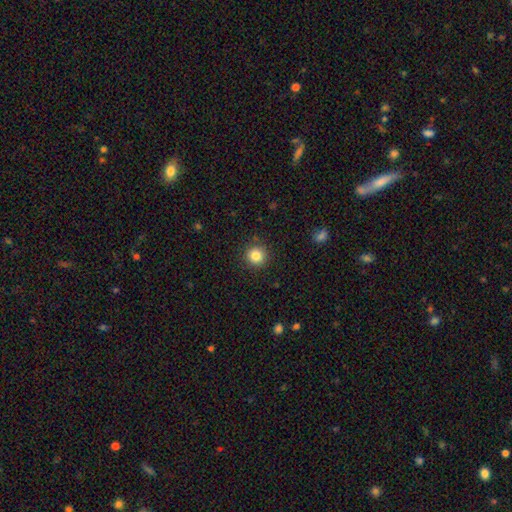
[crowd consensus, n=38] This is clearly a smooth galaxy (92%). How rounded: clearly round (94%). Merging: clearly none (86%).